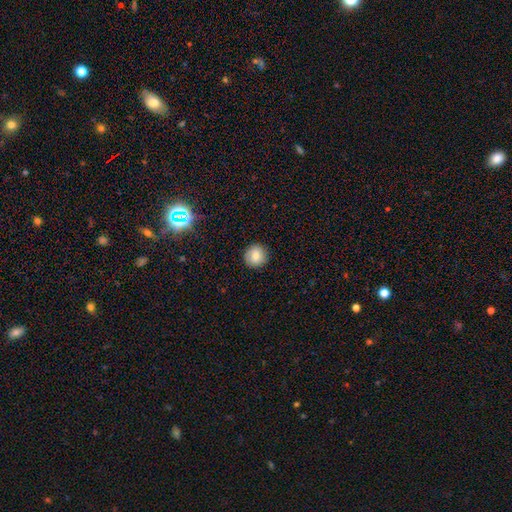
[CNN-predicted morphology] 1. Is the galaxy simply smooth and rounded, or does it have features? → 76% smooth, 13% featured or disk, 10% star or artifact.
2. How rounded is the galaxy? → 92% round, 7% in between, 1% cigar-shaped.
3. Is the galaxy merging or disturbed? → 89% none, 8% minor disturbance, 2% major disturbance, 1% merger.